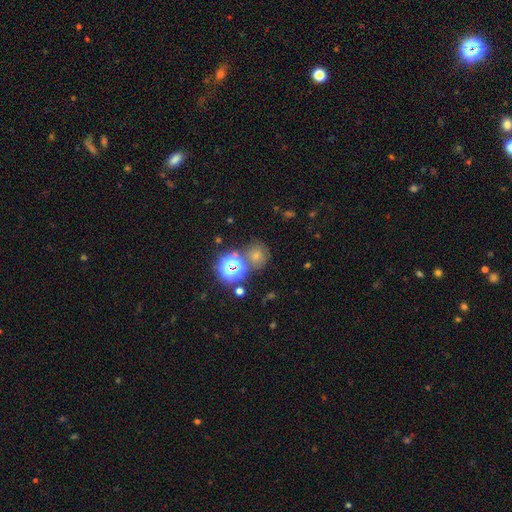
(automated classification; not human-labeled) smooth_or_featured: star or artifact (p=0.49) [alt: smooth p=0.40]